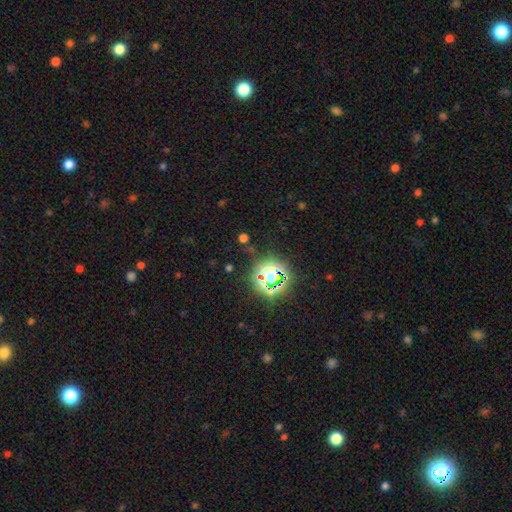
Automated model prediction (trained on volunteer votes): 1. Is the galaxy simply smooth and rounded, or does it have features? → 79% star or artifact, 14% smooth, 7% featured or disk.